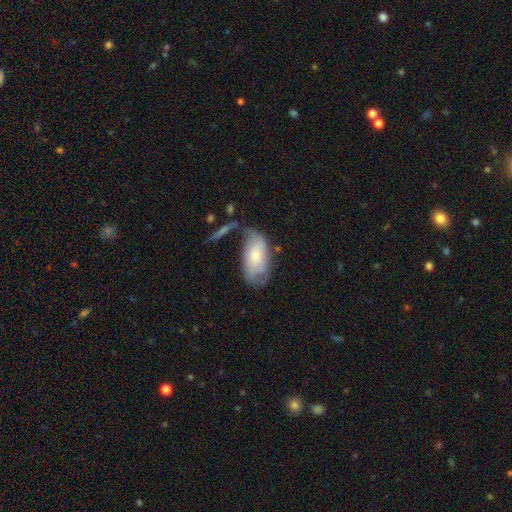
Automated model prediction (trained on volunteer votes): smooth 52%, featured or disk 42%, star or artifact 7%. Down the decision tree: how rounded — in between (92%); merging — none (41%).